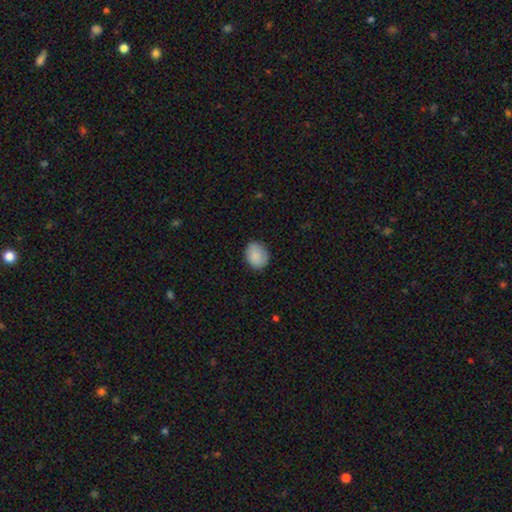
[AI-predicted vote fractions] A smooth galaxy with no disk features (87%) that is round (53%). Merging: none (82%).